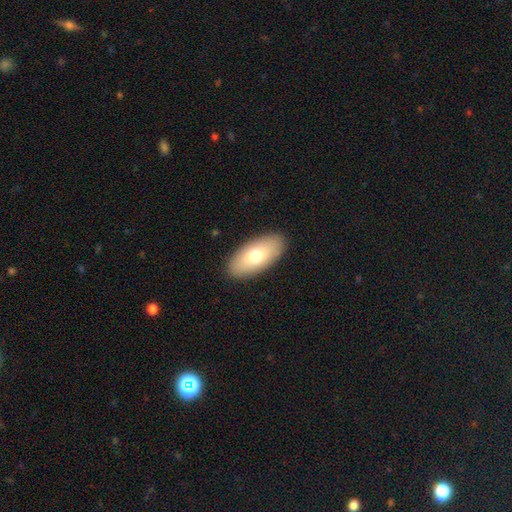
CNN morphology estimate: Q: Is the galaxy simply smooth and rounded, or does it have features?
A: smooth — 73%.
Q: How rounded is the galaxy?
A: in between — 91%.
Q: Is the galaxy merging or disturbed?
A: none — 90%.